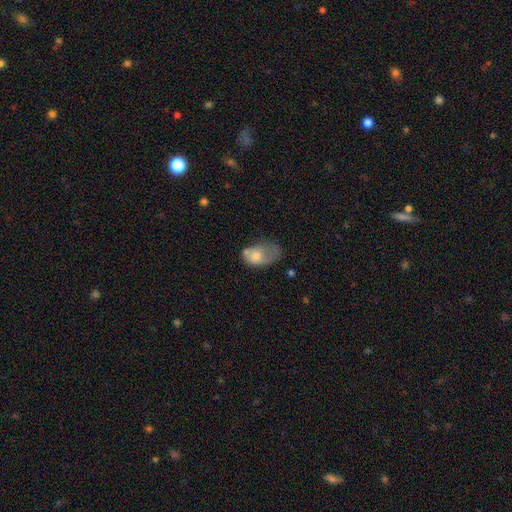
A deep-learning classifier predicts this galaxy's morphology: Smooth or featured? Predicted: smooth (p=0.61). How rounded? Predicted: in between (p=0.84). Merging? Predicted: major disturbance (p=0.35).